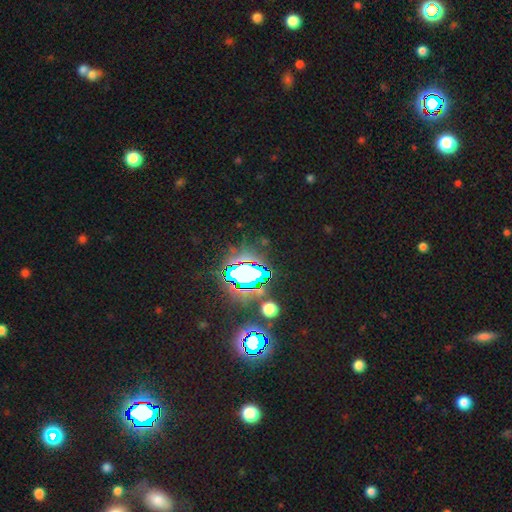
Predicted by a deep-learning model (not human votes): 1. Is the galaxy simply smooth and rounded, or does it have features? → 83% star or artifact, 10% smooth, 7% featured or disk.